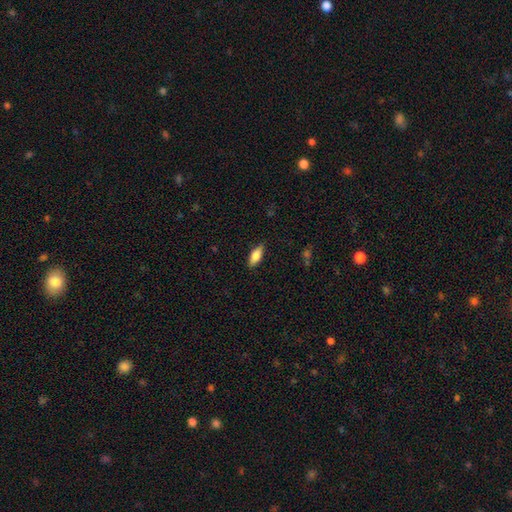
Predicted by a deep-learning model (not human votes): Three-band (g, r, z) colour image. It shows a smooth galaxy with no disk features (73%) that is in between round and cigar-shaped (74%). Merging: none (85%).